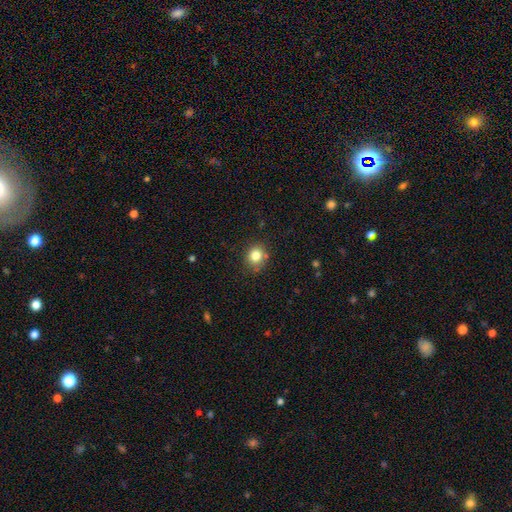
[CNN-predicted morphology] The model was most divided on "how rounded": round: 76%, in between: 24%, cigar-shaped: 1%. More confident: smooth or featured — smooth (82%); merging — none (80%).